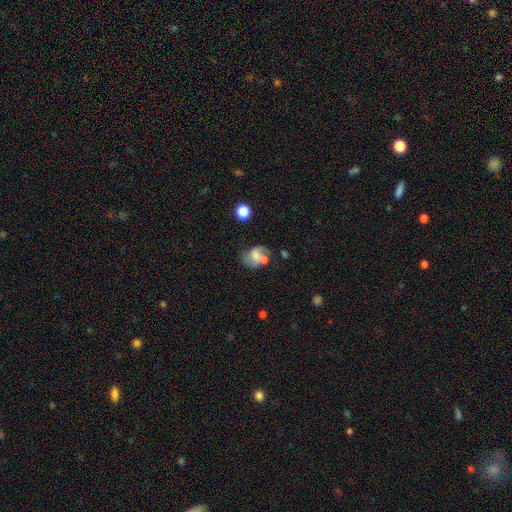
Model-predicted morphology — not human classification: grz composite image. It shows a smooth galaxy with no disk features (46%). Merging: none (37%).